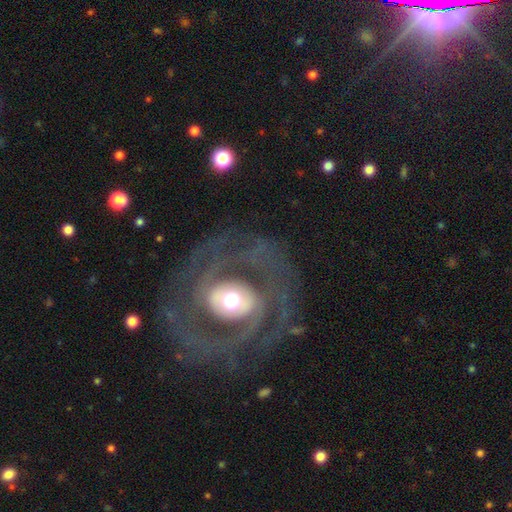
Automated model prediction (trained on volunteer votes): smooth-or-featured: featured or disk: 84% | smooth: 10% | star or artifact: 6%
  disk-edge-on: no: 97% | yes: 3%
    bar: no: 50% | weak: 30% | strong: 21%
    has-spiral-arms: yes: 82% | no: 18%
      spiral-winding: tight: 51% | medium: 36% | loose: 13%
      spiral-arm-count: 2: 60% | can't tell: 18% | 3: 9% | 1: 5% | 4: 4% | more than 4: 4%
    bulge-size: moderate: 57% | small: 22% | large: 18% | dominant: 2% | none: 1%
  merging: none: 75% | minor disturbance: 12% | major disturbance: 11% | merger: 2%